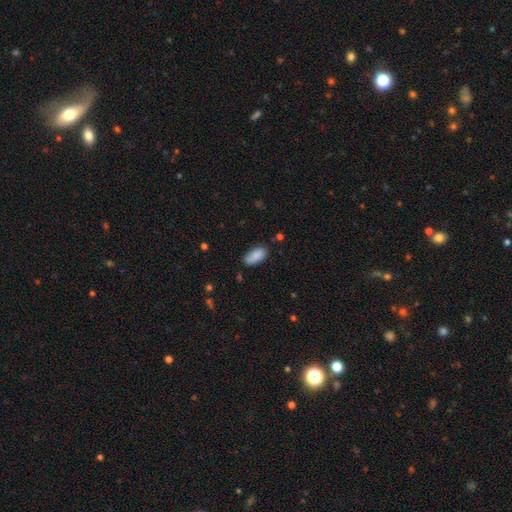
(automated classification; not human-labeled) Morphology: type=smooth (87%); roundness=in between (92%); merging=none (74%).